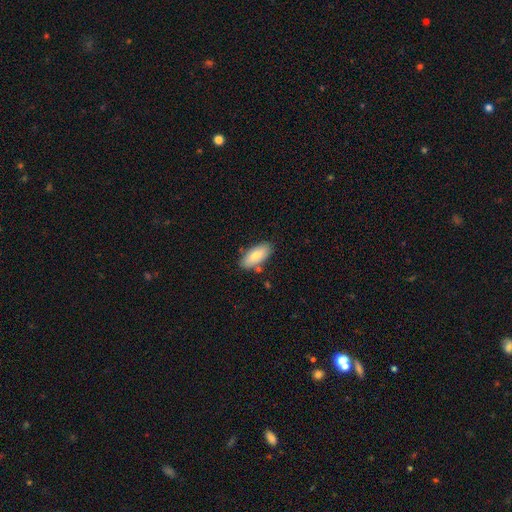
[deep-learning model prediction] Smooth or featured? smooth (78%)
How rounded? in between (89%)
Merging? none (80%)